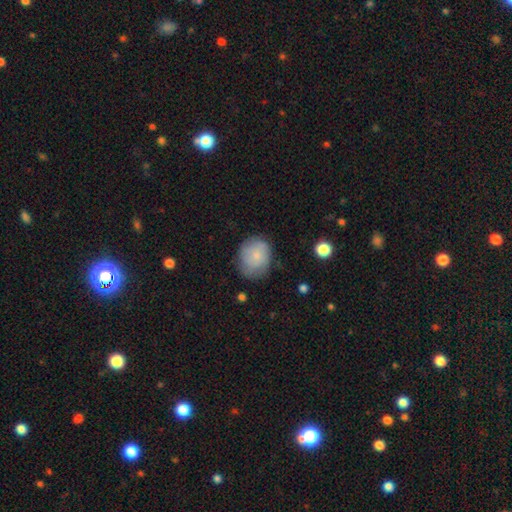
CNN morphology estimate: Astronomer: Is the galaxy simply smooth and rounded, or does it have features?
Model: smooth — 70%.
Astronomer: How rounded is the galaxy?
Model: round — 62%.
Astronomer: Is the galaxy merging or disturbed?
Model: none — 66%.